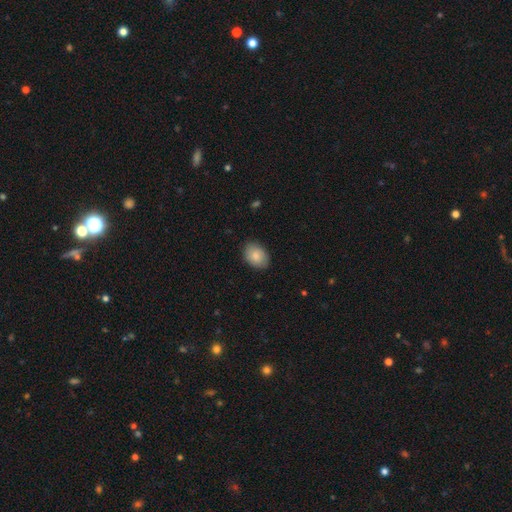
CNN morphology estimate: This is clearly a smooth galaxy (86%). How rounded: likely in between (78%). Merging: clearly none (86%).